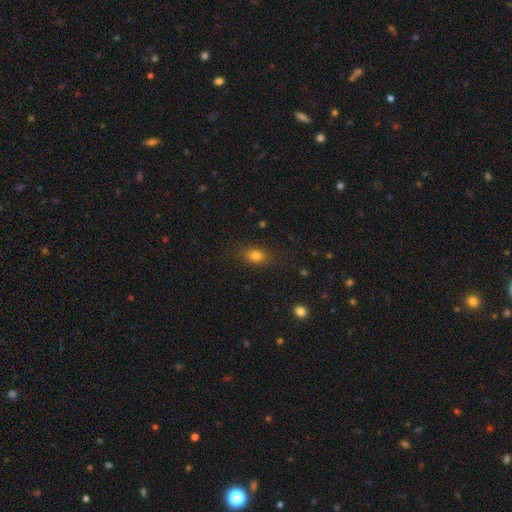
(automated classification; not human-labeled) smooth_or_featured: smooth (p=0.79) [alt: star or artifact p=0.12]
how_rounded: in between (p=0.72) [alt: round p=0.25]
merging: none (p=0.83) [alt: minor disturbance p=0.12]